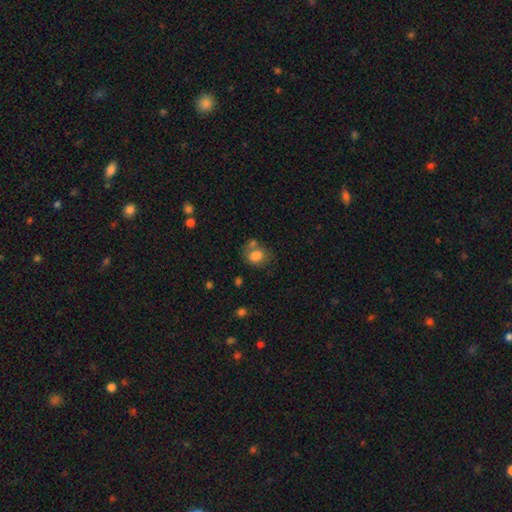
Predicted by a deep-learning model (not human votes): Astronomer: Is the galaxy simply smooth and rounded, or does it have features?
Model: smooth — 79%.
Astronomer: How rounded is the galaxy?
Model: round — 52% (runner-up: in between, 48%).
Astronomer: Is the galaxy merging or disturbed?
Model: none — 46% (runner-up: merger, 27%).